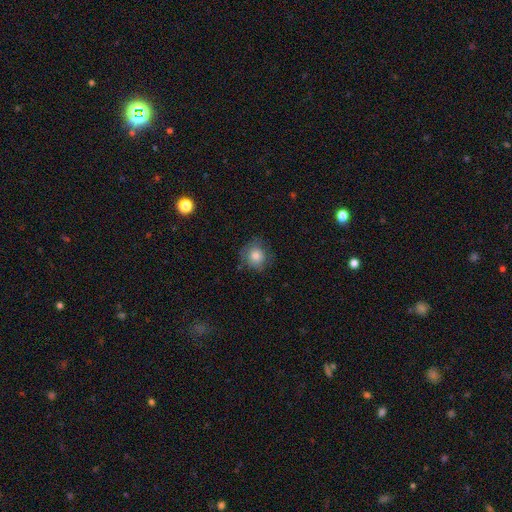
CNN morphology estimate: Overall: smooth (78%). How rounded: round (85%). Merging: none (73%).